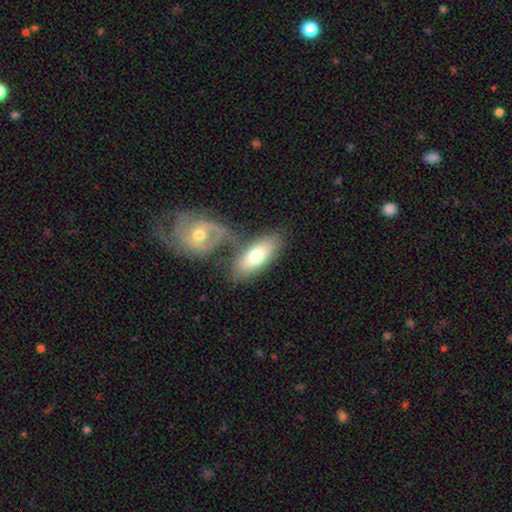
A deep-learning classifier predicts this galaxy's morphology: This is likely a smooth galaxy (64%). How rounded: clearly in between (85%). Merging: possibly none (48%).